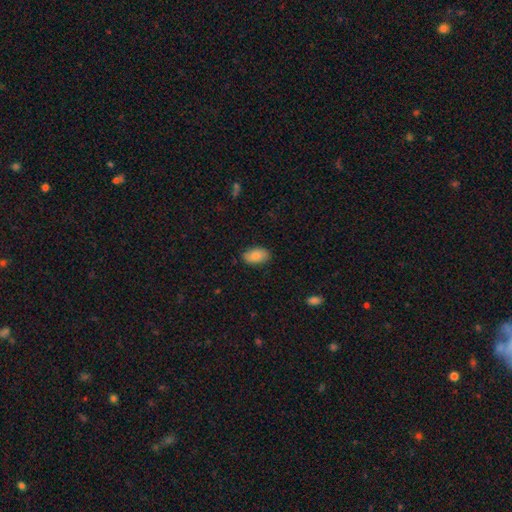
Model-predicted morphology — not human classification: smooth_or_featured: smooth (p=0.85) [alt: featured or disk p=0.08]
how_rounded: in between (p=0.94) [alt: round p=0.04]
merging: none (p=0.85) [alt: minor disturbance p=0.12]